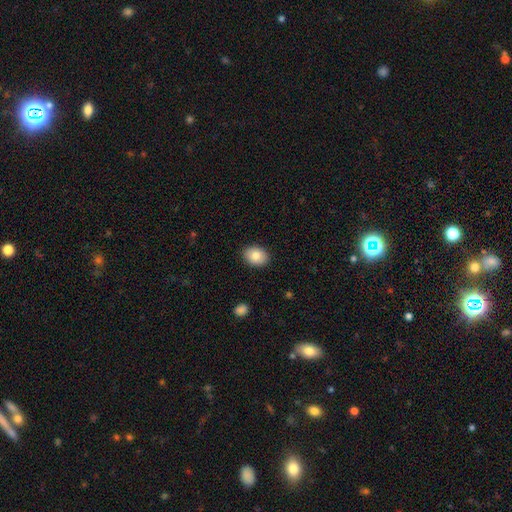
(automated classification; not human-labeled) smooth_or_featured: smooth (p=0.84) [alt: featured or disk p=0.08]
how_rounded: in between (p=0.68) [alt: round p=0.31]
merging: none (p=0.89) [alt: minor disturbance p=0.08]